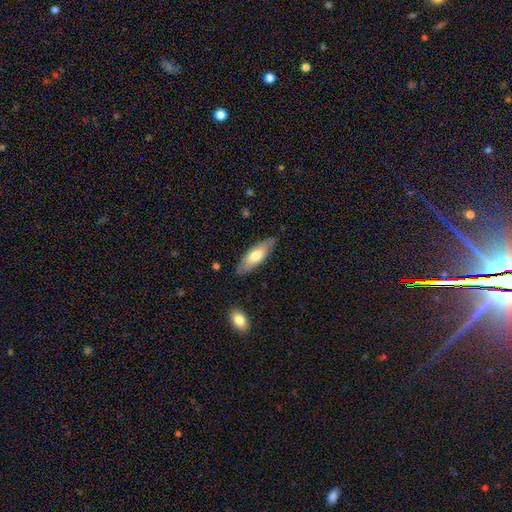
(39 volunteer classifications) smooth 56%, featured or disk 38%, star or artifact 5%. Down the decision tree: how rounded — in between (55%); merging — none (76%).